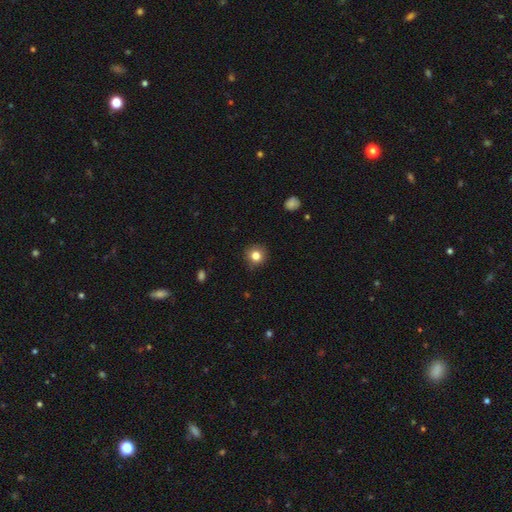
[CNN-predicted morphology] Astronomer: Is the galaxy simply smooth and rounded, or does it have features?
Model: smooth — 82%.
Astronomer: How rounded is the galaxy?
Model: round — 92%.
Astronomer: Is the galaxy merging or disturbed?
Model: none — 89%.